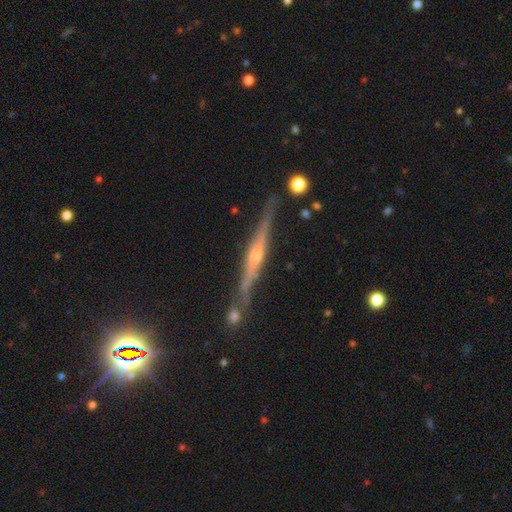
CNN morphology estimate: Smooth or featured?
  - featured or disk: 82% *
  - smooth: 10%
  - star or artifact: 9%
Edge-on disk?
  - yes: 97% *
  - no: 3%
Edge-on bulge?
  - rounded: 76% *
  - none: 13%
  - boxy: 12%
Merging?
  - none: 82% *
  - minor disturbance: 11%
  - merger: 5%
  - major disturbance: 3%